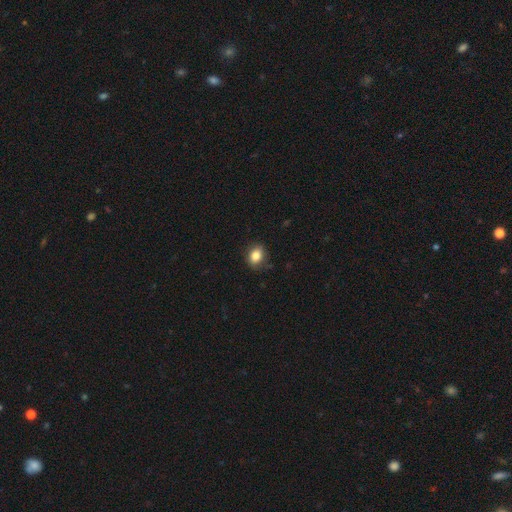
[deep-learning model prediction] The model was most divided on "how rounded": in between: 55%, round: 43%, cigar-shaped: 1%. More confident: smooth or featured — smooth (84%); merging — none (83%).